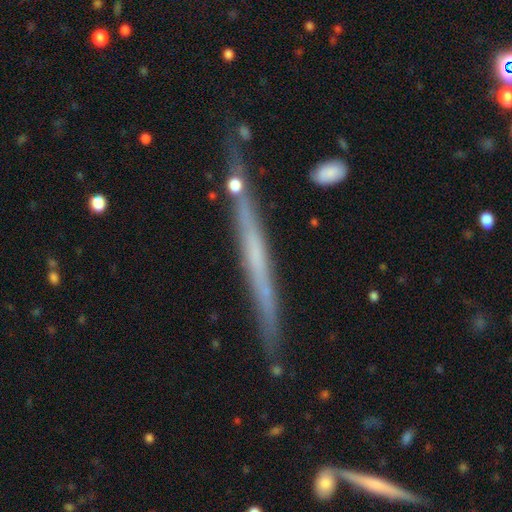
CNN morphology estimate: Q: Smooth or featured?
A: featured or disk (62%); runner-up: smooth (30%)
Q: Edge-on disk?
A: yes (96%); runner-up: no (4%)
Q: Edge-on bulge?
A: none (84%); runner-up: rounded (10%)
Q: Merging?
A: none (82%); runner-up: minor disturbance (13%)